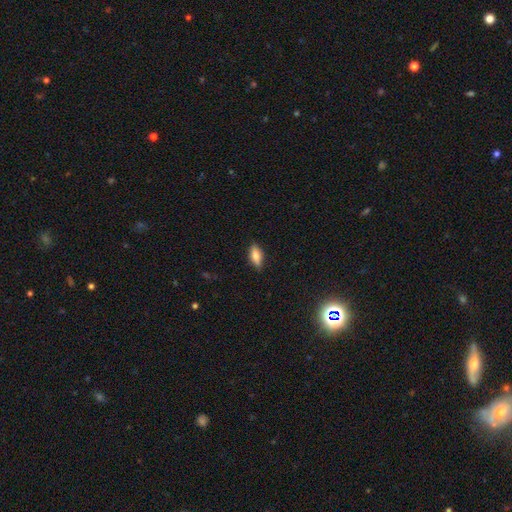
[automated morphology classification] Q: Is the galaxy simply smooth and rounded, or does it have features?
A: smooth — 76%.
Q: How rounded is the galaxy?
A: in between — 77%.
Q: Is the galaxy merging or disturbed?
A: none — 83%.